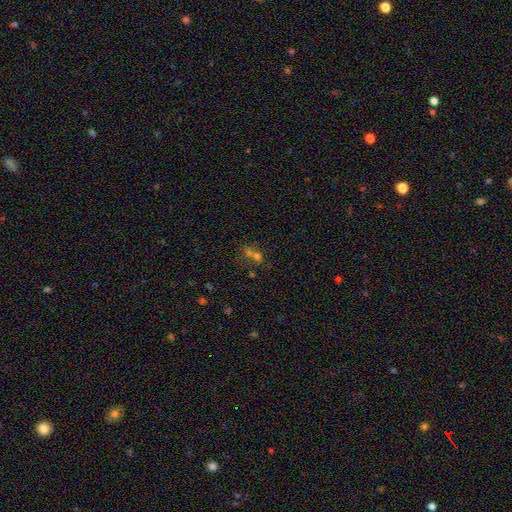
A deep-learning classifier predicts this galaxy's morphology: The model was most divided on "smooth or featured": smooth: 47%, star or artifact: 35%, featured or disk: 18%. Remaining: merging — merger (50%).